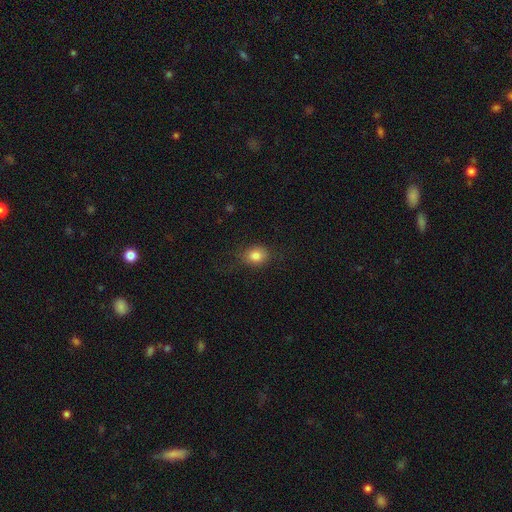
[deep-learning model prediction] The model was most divided on "how rounded": round: 53%, in between: 46%, cigar-shaped: 1%. More confident: smooth or featured — smooth (83%); merging — none (77%).